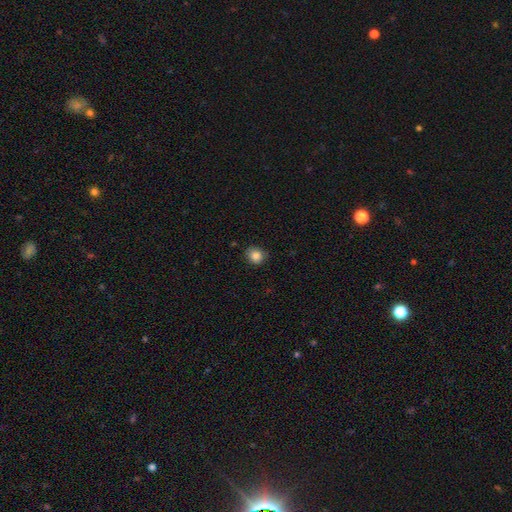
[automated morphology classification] A smooth galaxy with no disk features (84%) that is round (79%).

Vote fractions:
- Smooth or featured? smooth: 84% / star or artifact: 10% / featured or disk: 6%
- How rounded? round: 79% / in between: 20% / cigar-shaped: 1%
- Merging? none: 81% / minor disturbance: 16% / major disturbance: 3% / merger: 1%